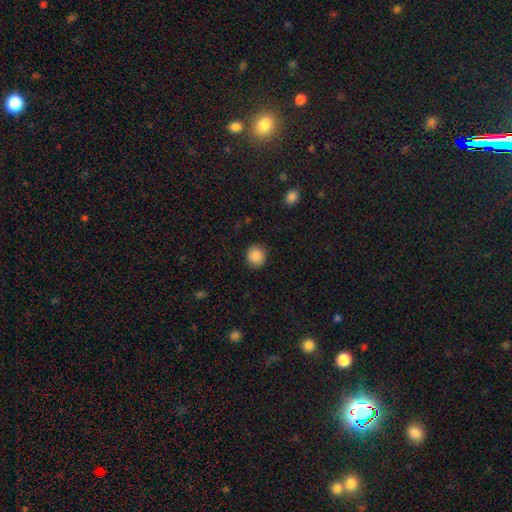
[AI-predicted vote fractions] Smooth or featured: smooth — 89% (star or artifact — 8%)
How rounded: round — 84% (in between — 15%)
Merging: none — 90% (minor disturbance — 7%)